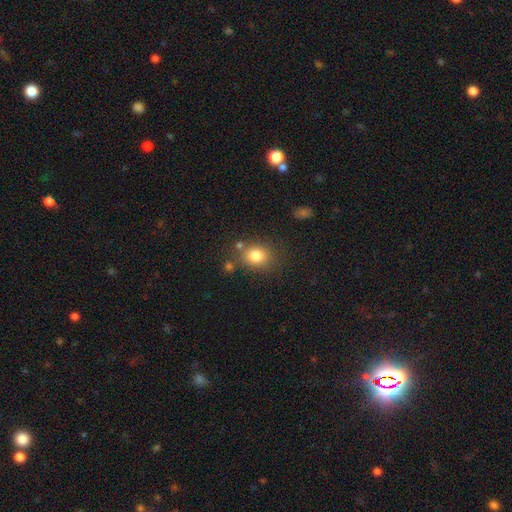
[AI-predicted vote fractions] This appears to be a smooth galaxy with no disk features (80%) that is round (60%). Merging: none (72%).